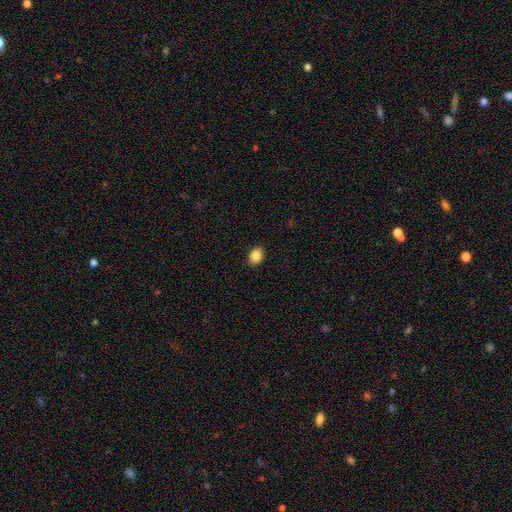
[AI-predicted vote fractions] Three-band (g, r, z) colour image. It shows a smooth galaxy with no disk features (87%) that is in between round and cigar-shaped (73%). Merging: none (88%).